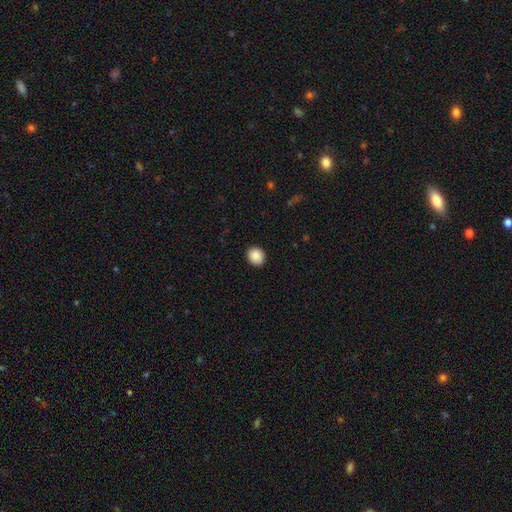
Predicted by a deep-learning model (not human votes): Overall: smooth (89%). How rounded: round (82%). Merging: none (91%).